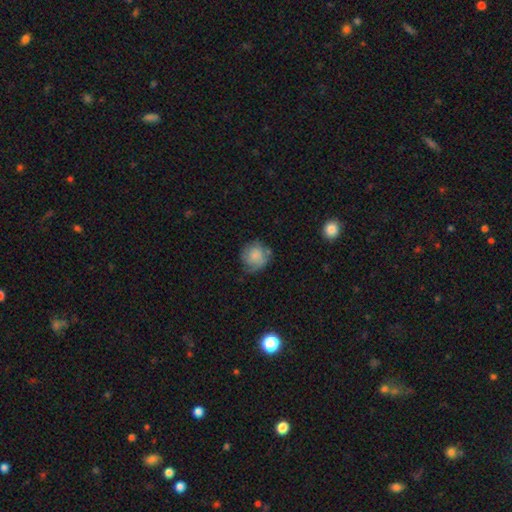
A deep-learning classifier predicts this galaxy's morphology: A smooth galaxy with no disk features (67%) that is round (84%).

Vote fractions:
- Smooth or featured? smooth: 67% / featured or disk: 25% / star or artifact: 8%
- How rounded? round: 84% / in between: 15% / cigar-shaped: 1%
- Merging? none: 54% / minor disturbance: 30% / major disturbance: 12% / merger: 4%